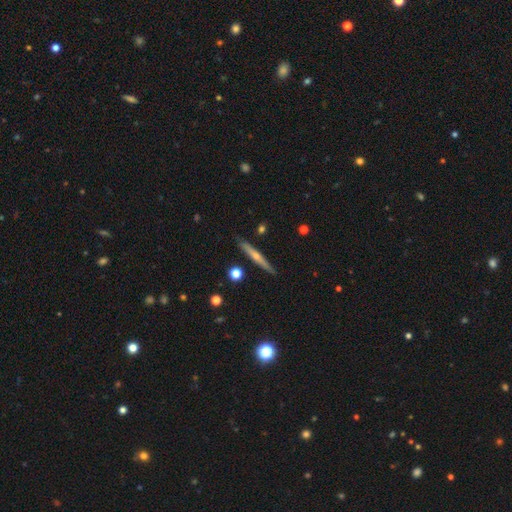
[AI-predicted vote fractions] Smooth or featured? Predicted: featured or disk (p=0.65). Edge-on disk? Predicted: yes (p=0.97). Edge-on bulge? Predicted: rounded (p=0.73). Merging? Predicted: none (p=0.90).